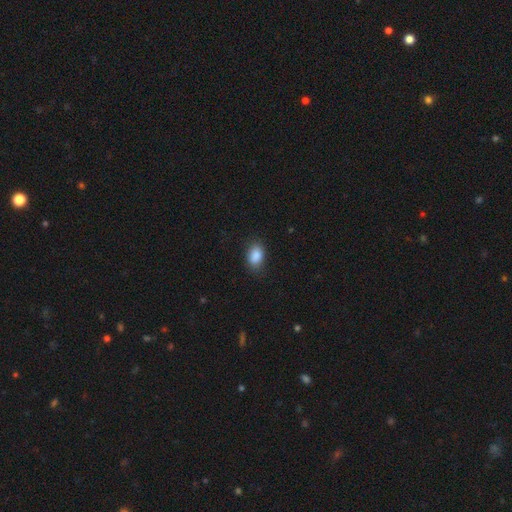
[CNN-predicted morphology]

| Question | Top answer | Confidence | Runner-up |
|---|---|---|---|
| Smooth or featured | smooth | 89% | star or artifact (8%) |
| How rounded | in between | 85% | round (13%) |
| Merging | none | 82% | minor disturbance (14%) |